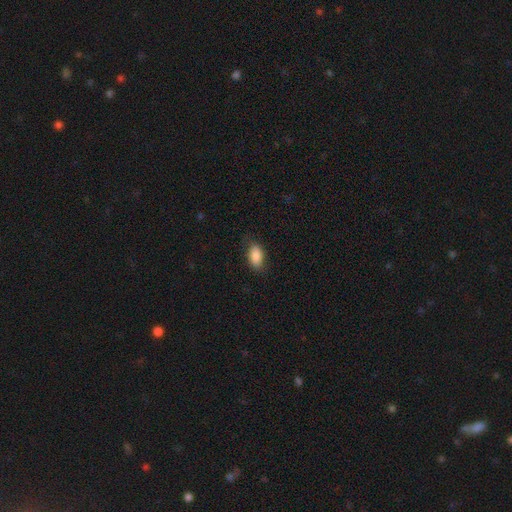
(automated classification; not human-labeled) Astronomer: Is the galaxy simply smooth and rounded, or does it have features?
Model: smooth — 87%.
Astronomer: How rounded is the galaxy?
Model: in between — 92%.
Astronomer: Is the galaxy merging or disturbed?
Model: none — 79%.